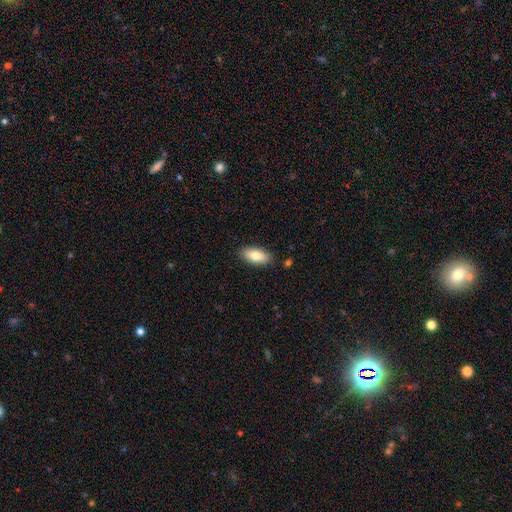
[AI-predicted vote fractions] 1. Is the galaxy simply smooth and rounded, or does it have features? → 80% smooth, 14% featured or disk, 7% star or artifact.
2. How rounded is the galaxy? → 88% in between, 9% cigar-shaped, 3% round.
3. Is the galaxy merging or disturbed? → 87% none, 10% minor disturbance, 2% major disturbance, 2% merger.